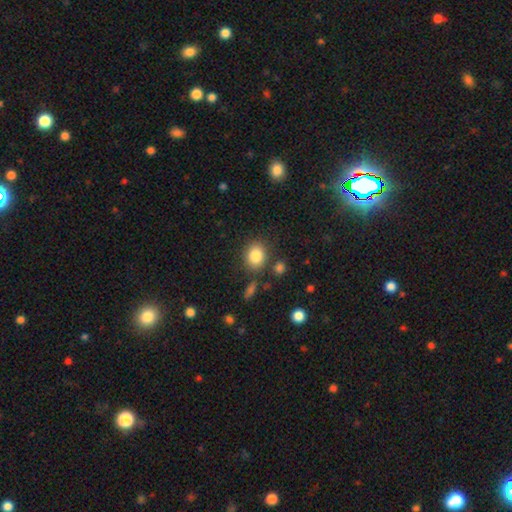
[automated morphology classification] The model was most divided on "how rounded": round: 50%, in between: 49%, cigar-shaped: 1%. More confident: smooth or featured — smooth (84%); merging — none (78%).